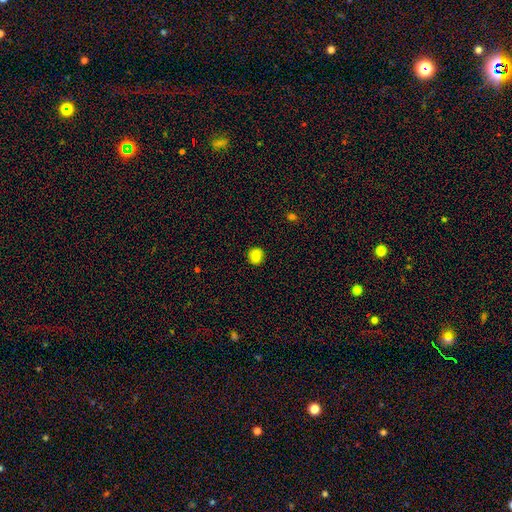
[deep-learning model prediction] This is clearly a smooth galaxy (85%). How rounded: clearly round (84%). Merging: clearly none (90%).